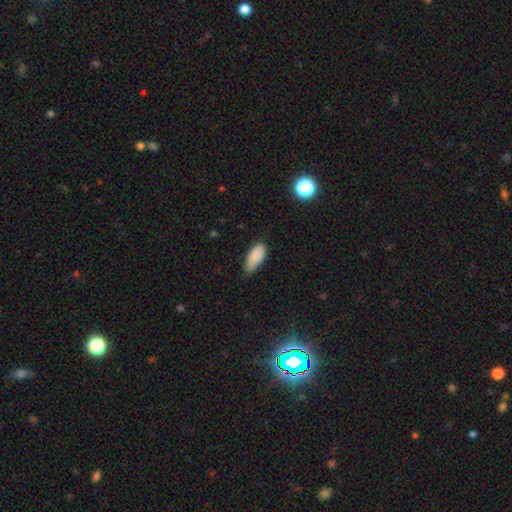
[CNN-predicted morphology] The model was most divided on "merging": minor disturbance: 46%, none: 44%, major disturbance: 8%, merger: 2%. More confident: how rounded — in between (90%); smooth or featured — smooth (87%).